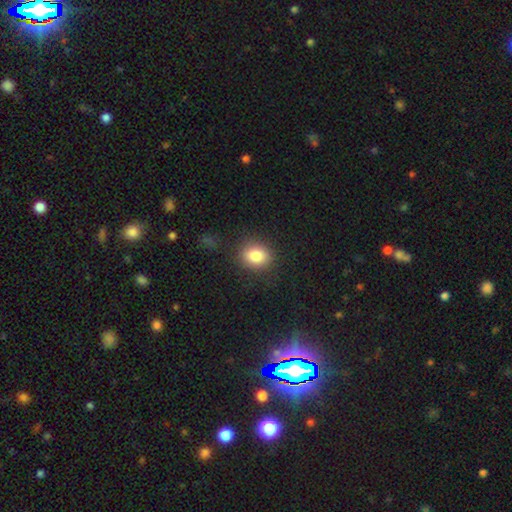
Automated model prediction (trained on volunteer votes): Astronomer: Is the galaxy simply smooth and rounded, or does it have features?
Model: smooth — 84%.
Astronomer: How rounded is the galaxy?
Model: round — 50% (runner-up: in between, 49%).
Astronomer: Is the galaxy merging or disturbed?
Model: none — 84%.